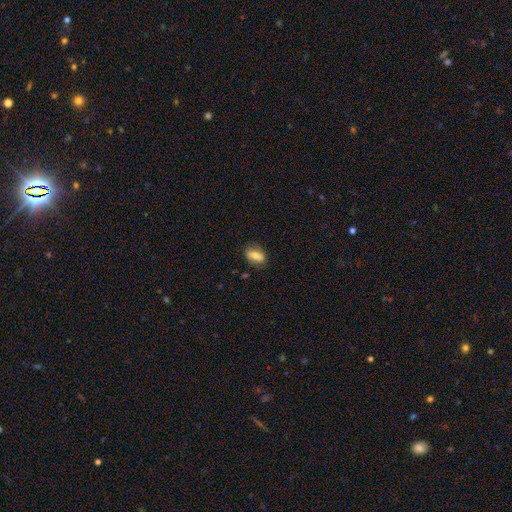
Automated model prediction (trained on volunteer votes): A smooth galaxy with no disk features (69%) that is in between round and cigar-shaped (77%).

Vote fractions:
- Smooth or featured? smooth: 69% / featured or disk: 23% / star or artifact: 8%
- How rounded? in between: 77% / round: 12% / cigar-shaped: 11%
- Merging? none: 77% / minor disturbance: 16% / major disturbance: 4% / merger: 2%